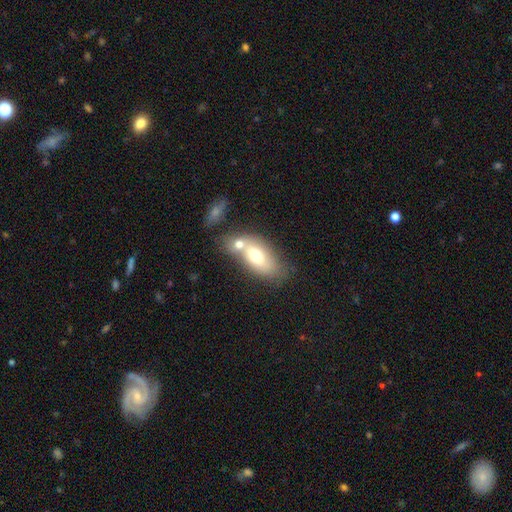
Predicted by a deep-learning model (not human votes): Q: Smooth or featured?
A: smooth (66%); runner-up: featured or disk (26%)
Q: How rounded?
A: in between (86%); runner-up: cigar-shaped (7%)
Q: Merging?
A: merger (46%); runner-up: none (36%)